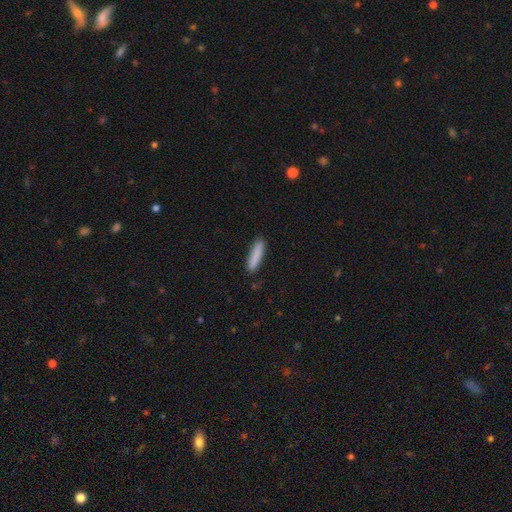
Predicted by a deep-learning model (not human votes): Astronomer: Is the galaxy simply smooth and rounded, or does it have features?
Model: smooth — 86%.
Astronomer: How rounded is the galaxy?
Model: cigar-shaped — 84%.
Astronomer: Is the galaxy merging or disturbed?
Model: none — 87%.